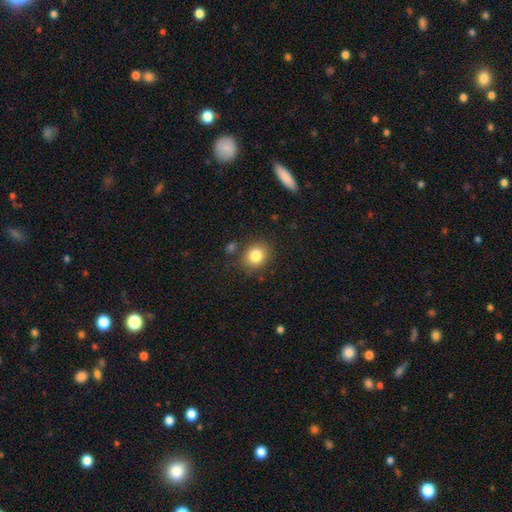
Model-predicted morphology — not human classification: This is clearly a smooth galaxy (83%). How rounded: likely round (68%). Merging: clearly none (80%).